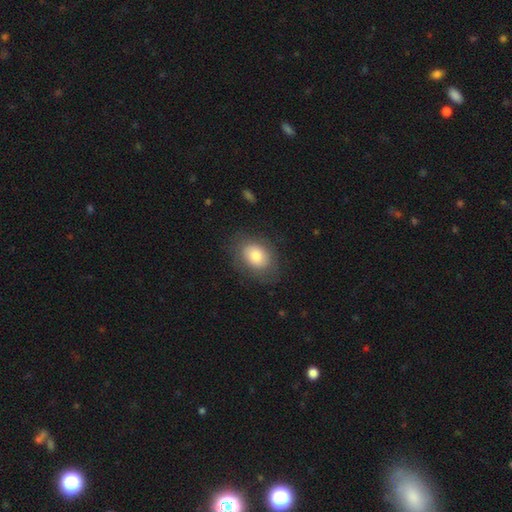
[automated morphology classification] A smooth galaxy with no disk features (77%) that is in between round and cigar-shaped (72%). Merging: none (76%).